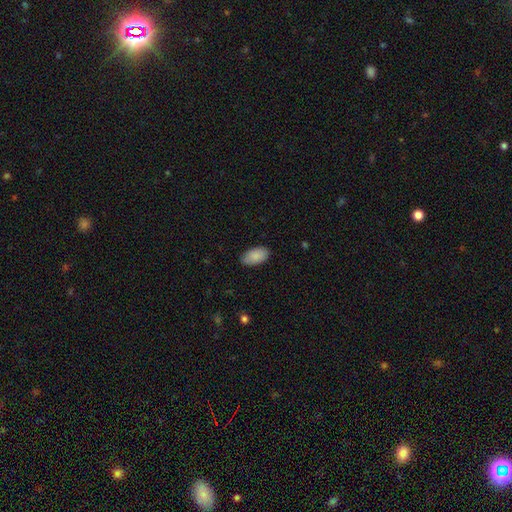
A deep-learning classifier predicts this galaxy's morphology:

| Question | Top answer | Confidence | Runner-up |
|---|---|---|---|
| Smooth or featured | smooth | 88% | star or artifact (6%) |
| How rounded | in between | 95% | round (3%) |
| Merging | none | 81% | minor disturbance (16%) |